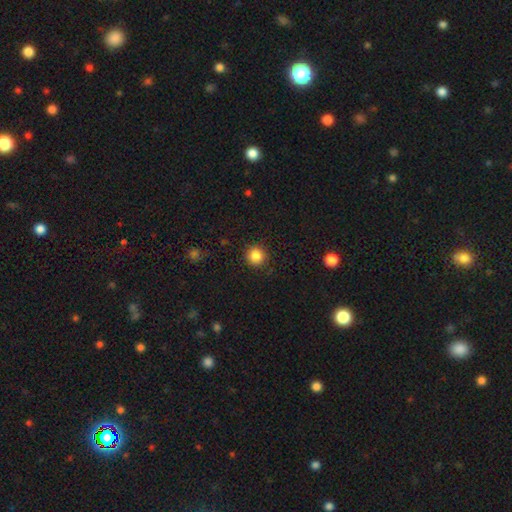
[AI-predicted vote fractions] smooth-or-featured: smooth: 86% | star or artifact: 11% | featured or disk: 3%
  how-rounded: round: 93% | in between: 6% | cigar-shaped: 1%
  merging: none: 88% | minor disturbance: 9% | major disturbance: 3% | merger: 1%